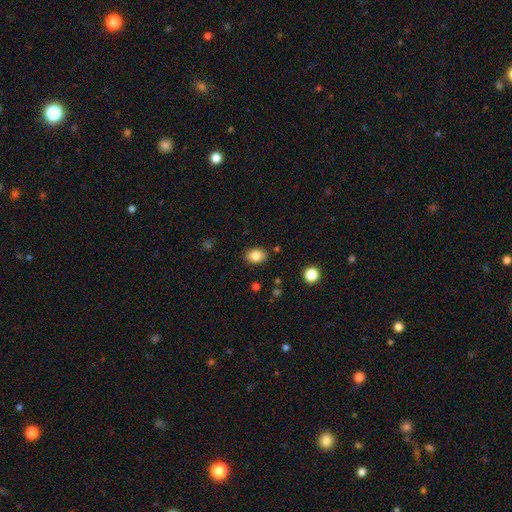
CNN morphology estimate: A smooth galaxy with no disk features (84%) that is in between round and cigar-shaped (65%). Merging: none (86%).